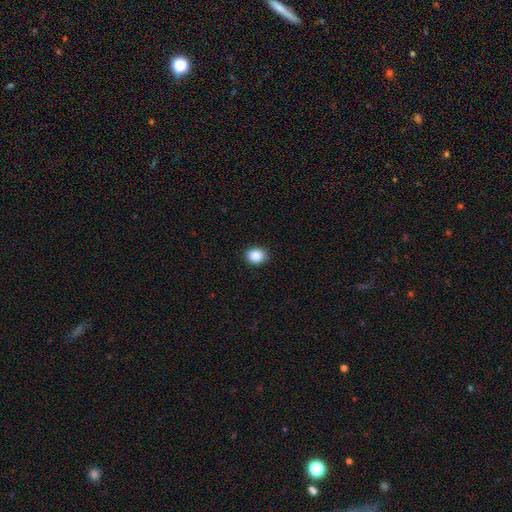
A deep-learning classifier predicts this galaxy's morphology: The model was most divided on "how rounded": round: 57%, in between: 42%, cigar-shaped: 1%. More confident: merging — none (90%); smooth or featured — smooth (86%).